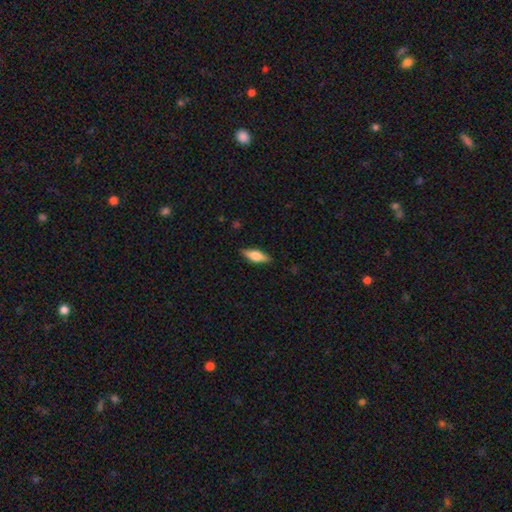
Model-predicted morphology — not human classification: smooth 67%, featured or disk 26%, star or artifact 6%. Down the decision tree: how rounded — in between (60%); merging — none (87%).